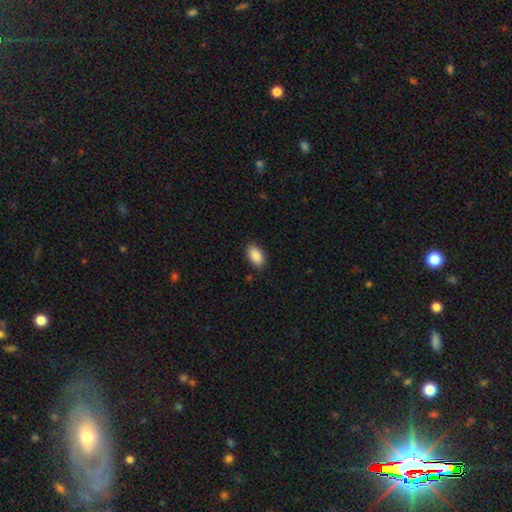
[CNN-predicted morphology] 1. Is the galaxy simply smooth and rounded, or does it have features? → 90% smooth, 7% star or artifact, 4% featured or disk.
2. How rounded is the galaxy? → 94% in between, 4% round, 2% cigar-shaped.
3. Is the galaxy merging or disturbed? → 87% none, 10% minor disturbance, 2% major disturbance, 1% merger.